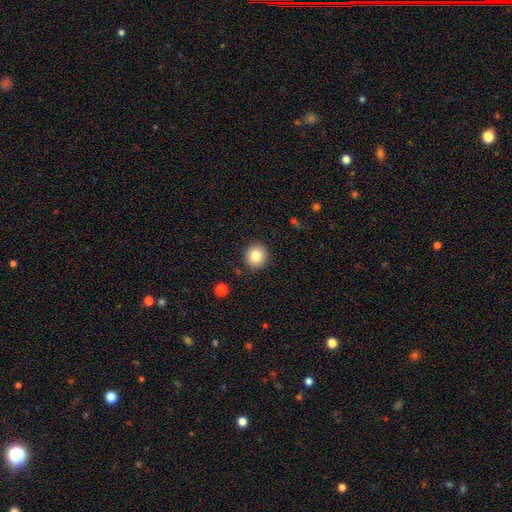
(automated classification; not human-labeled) Smooth or featured?
  - smooth: 82% *
  - star or artifact: 10%
  - featured or disk: 8%
How rounded?
  - round: 90% *
  - in between: 9%
  - cigar-shaped: 1%
Merging?
  - none: 89% *
  - minor disturbance: 8%
  - major disturbance: 2%
  - merger: 2%